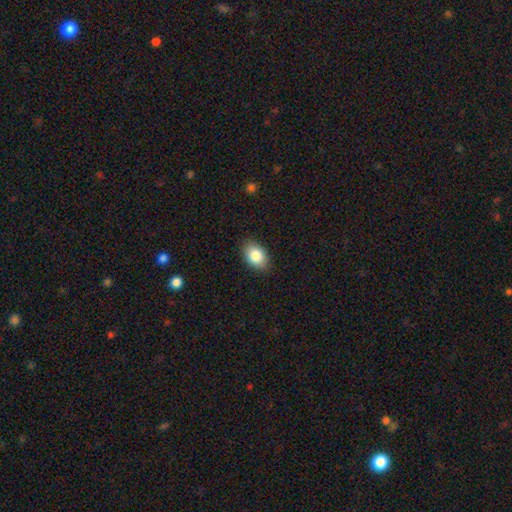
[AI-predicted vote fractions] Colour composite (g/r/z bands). It shows a smooth galaxy with no disk features (84%) that is in between round and cigar-shaped (86%). Merging: none (87%).